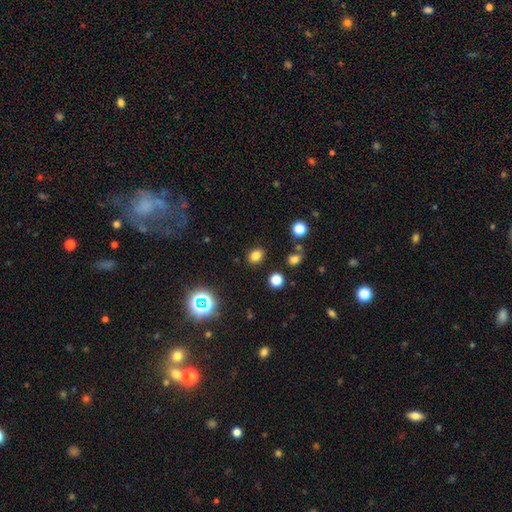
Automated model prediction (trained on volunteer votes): Smooth or featured? smooth (78%)
How rounded? in between (54%)
Merging? none (86%)